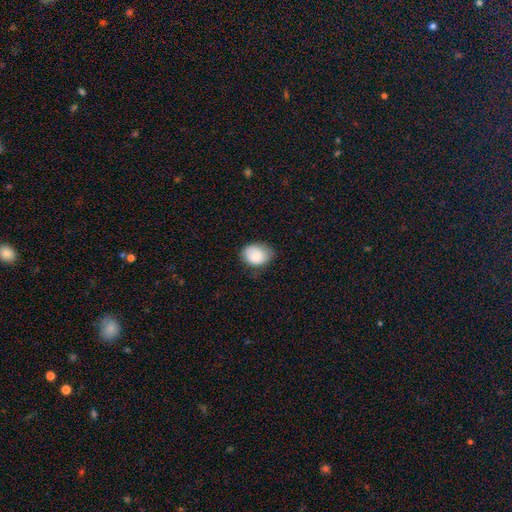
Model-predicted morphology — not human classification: This appears to be a smooth galaxy with no disk features (81%) that is in between round and cigar-shaped (63%). Merging: none (68%).